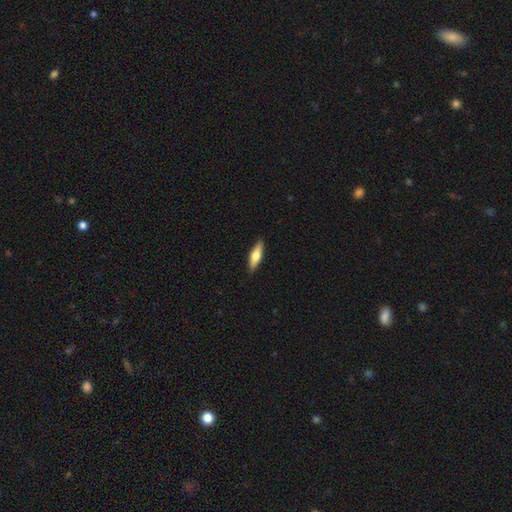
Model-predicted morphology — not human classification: Q: Smooth or featured?
A: smooth (61%); runner-up: featured or disk (34%)
Q: How rounded?
A: cigar-shaped (60%); runner-up: in between (38%)
Q: Merging?
A: none (89%); runner-up: minor disturbance (8%)